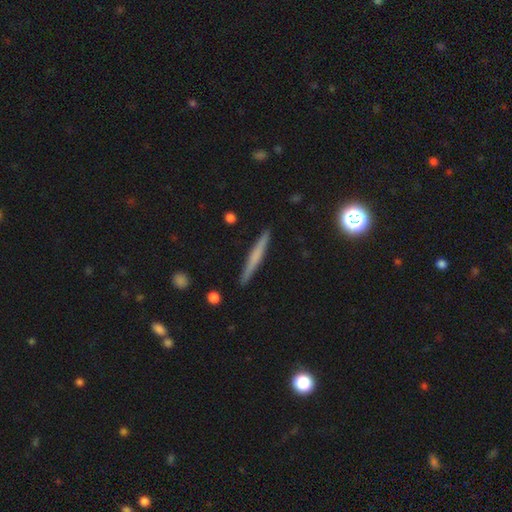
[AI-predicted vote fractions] A smooth galaxy with no disk features (48%).

Vote fractions:
- Smooth or featured? smooth: 48% / featured or disk: 45% / star or artifact: 7%
- Merging? none: 91% / minor disturbance: 7% / major disturbance: 1% / merger: 1%